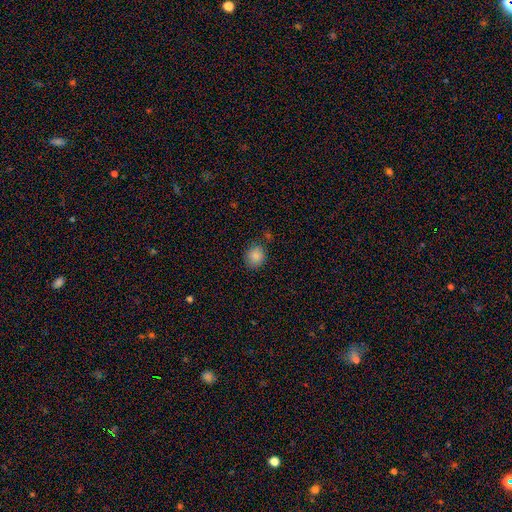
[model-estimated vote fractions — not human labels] Smooth or featured? smooth (86%)
How rounded? round (72%)
Merging? none (81%)